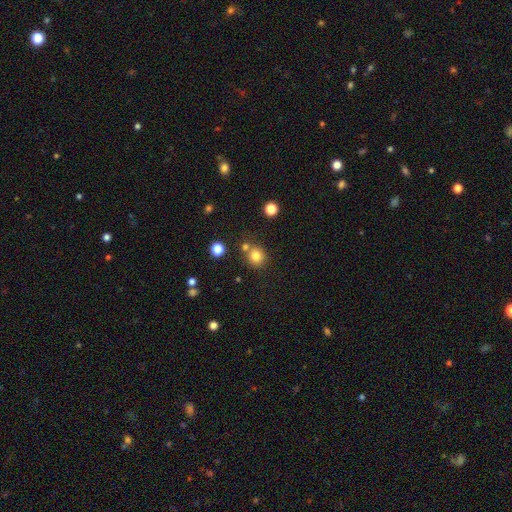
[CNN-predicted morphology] Smooth or featured: smooth — 81% (star or artifact — 13%)
How rounded: round — 88% (in between — 11%)
Merging: none — 70% (merger — 17%)